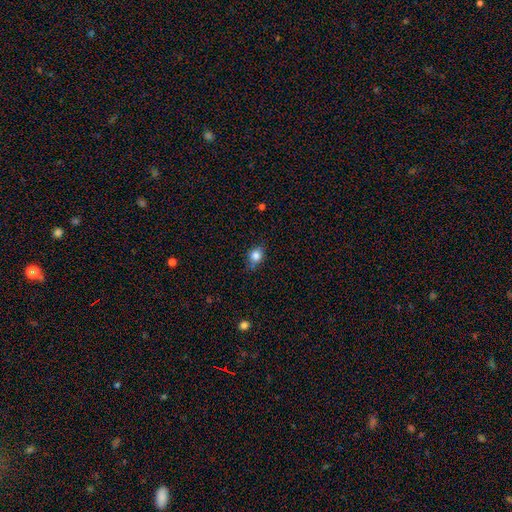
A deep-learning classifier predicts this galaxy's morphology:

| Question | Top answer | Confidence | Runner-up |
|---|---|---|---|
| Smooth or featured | smooth | 82% | star or artifact (11%) |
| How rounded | round | 60% | in between (38%) |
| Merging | none | 71% | minor disturbance (22%) |